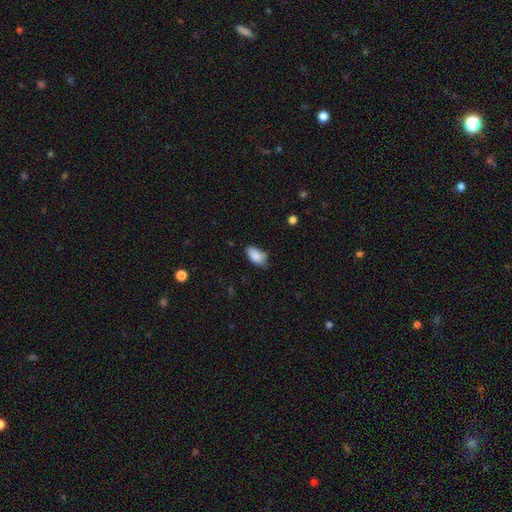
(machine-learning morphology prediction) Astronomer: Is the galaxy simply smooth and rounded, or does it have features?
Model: smooth — 88%.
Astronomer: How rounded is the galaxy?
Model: in between — 94%.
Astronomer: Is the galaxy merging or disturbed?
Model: none — 73%.